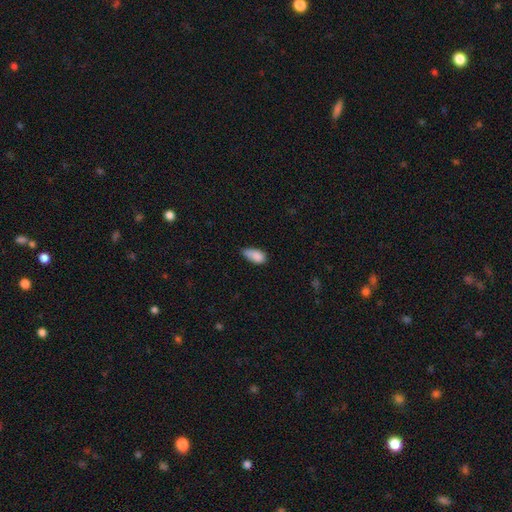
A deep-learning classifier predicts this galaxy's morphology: smooth_or_featured: smooth (p=0.85) [alt: star or artifact p=0.09]
how_rounded: in between (p=0.89) [alt: cigar-shaped p=0.07]
merging: minor disturbance (p=0.46) [alt: none p=0.42]